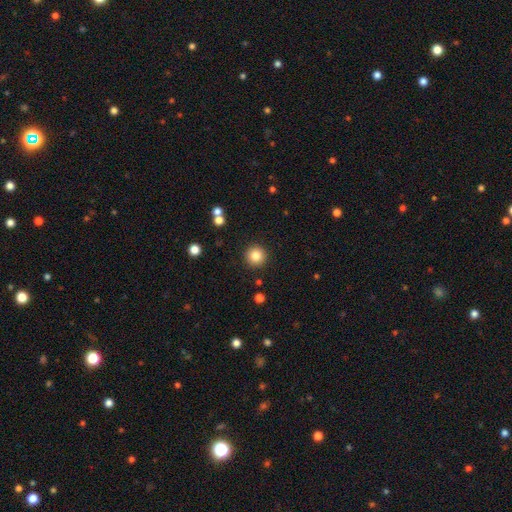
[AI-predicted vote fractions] The model was most divided on "smooth or featured": smooth: 83%, star or artifact: 11%, featured or disk: 6%. More confident: how rounded — round (96%); merging — none (91%).